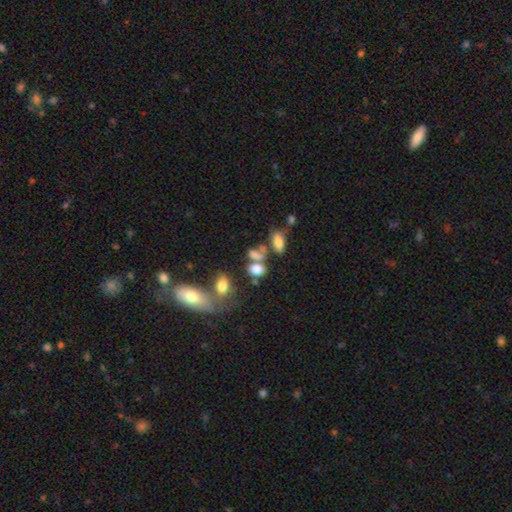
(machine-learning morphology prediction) The model was most divided on "merging": none: 38%, merger: 36%, minor disturbance: 15%, major disturbance: 12%. More confident: how rounded — in between (73%); smooth or featured — smooth (70%).